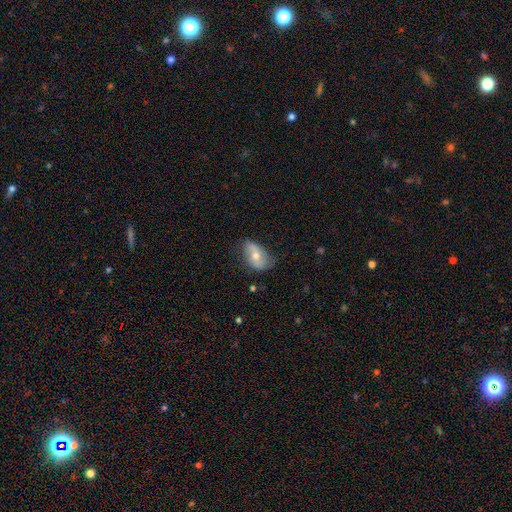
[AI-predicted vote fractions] This appears to be a featured or disk galaxy (51%). Merging: none (60%).